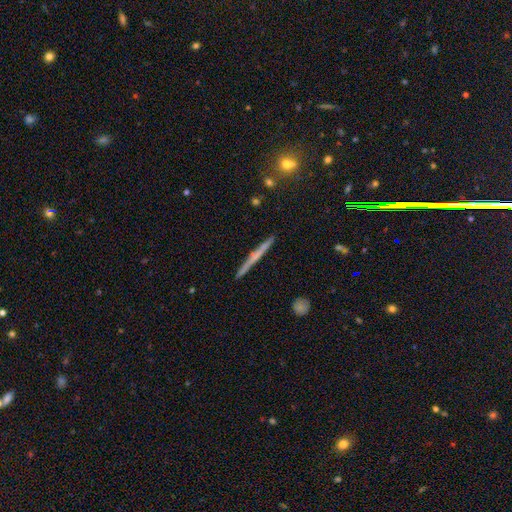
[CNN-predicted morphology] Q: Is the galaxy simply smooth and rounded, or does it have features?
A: featured or disk — 58%.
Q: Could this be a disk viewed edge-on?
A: yes — 98%.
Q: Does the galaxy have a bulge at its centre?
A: none — 68%.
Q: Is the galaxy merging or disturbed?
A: none — 91%.